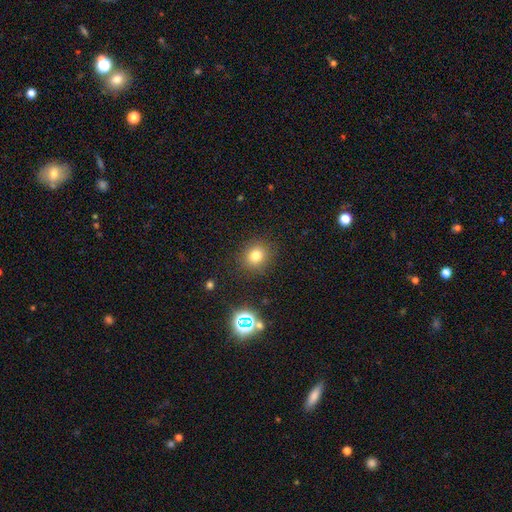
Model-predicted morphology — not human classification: smooth 76%, star or artifact 16%, featured or disk 8%. Down the decision tree: how rounded — round (82%); merging — none (88%).